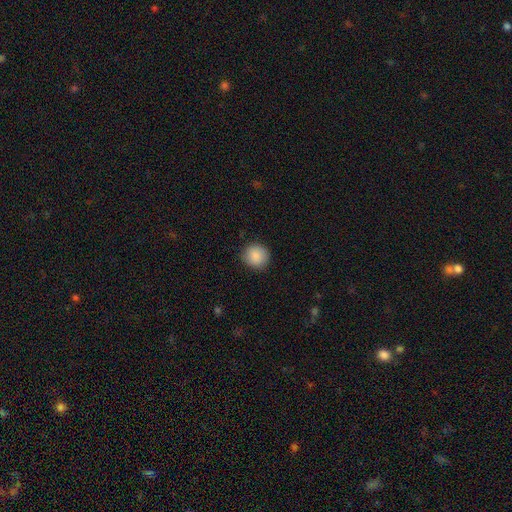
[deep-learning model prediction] smooth 88%, star or artifact 8%, featured or disk 4%. Down the decision tree: how rounded — round (91%); merging — none (89%).